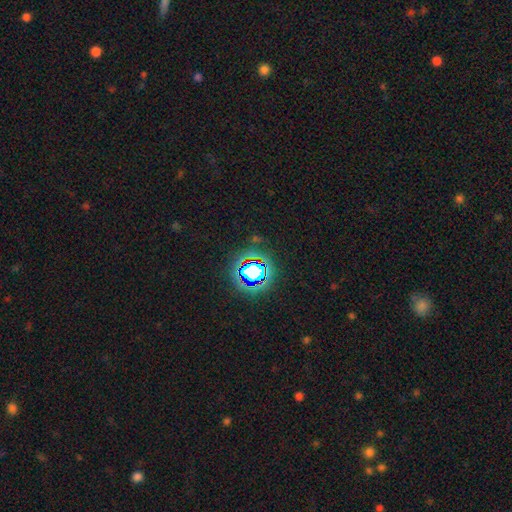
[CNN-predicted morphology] The model was most divided on "smooth or featured": star or artifact: 80%, smooth: 13%, featured or disk: 7%.